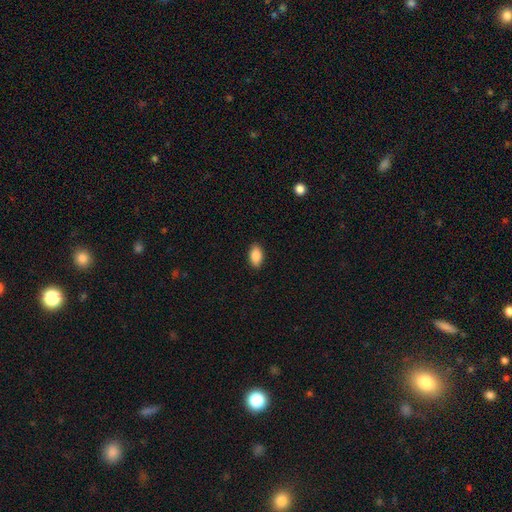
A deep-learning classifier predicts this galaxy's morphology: Smooth or featured? smooth (88%)
How rounded? in between (92%)
Merging? none (89%)